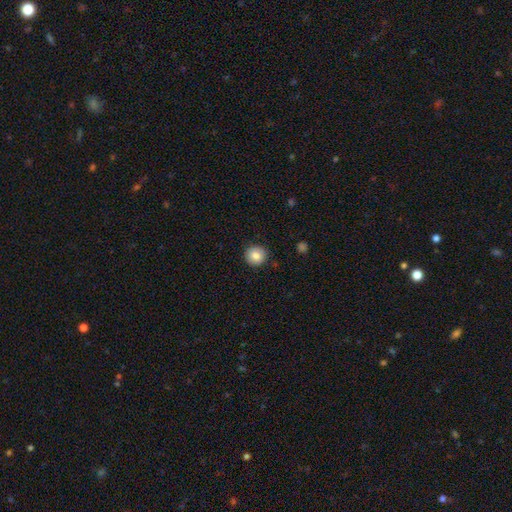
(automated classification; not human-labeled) The model was most divided on "smooth or featured": smooth: 83%, star or artifact: 8%, featured or disk: 8%. More confident: how rounded — round (93%); merging — none (90%).